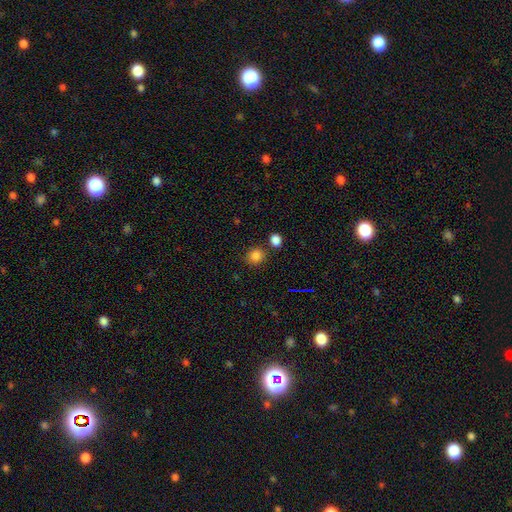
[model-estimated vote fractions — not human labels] smooth_or_featured: smooth (p=0.84) [alt: star or artifact p=0.12]
how_rounded: round (p=0.82) [alt: in between p=0.17]
merging: none (p=0.79) [alt: merger p=0.10]